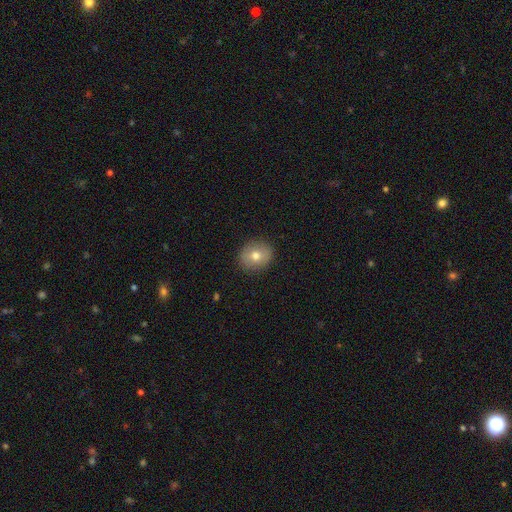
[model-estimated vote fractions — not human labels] Q: Smooth or featured?
A: smooth (72%); runner-up: featured or disk (19%)
Q: How rounded?
A: round (74%); runner-up: in between (25%)
Q: Merging?
A: none (89%); runner-up: minor disturbance (8%)